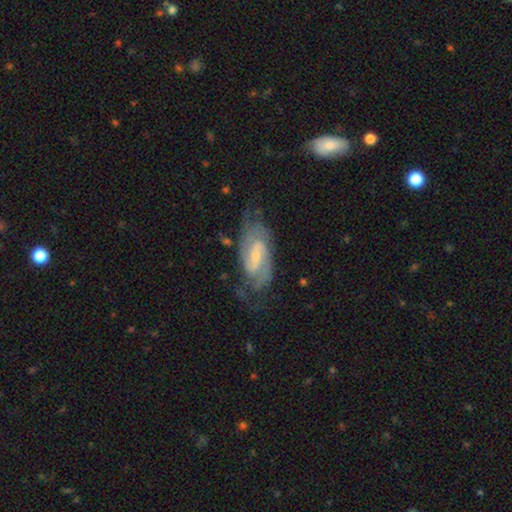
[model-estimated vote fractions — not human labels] Smooth or featured? Predicted: featured or disk (p=0.86). Edge-on disk? Predicted: no (p=0.95). Bar? Predicted: weak (p=0.54). Spiral arms? Predicted: yes (p=0.96). Spiral winding? Predicted: medium (p=0.48). Spiral arm count? Predicted: 2 (p=0.82). Bulge size? Predicted: small (p=0.64). Merging? Predicted: none (p=0.68).